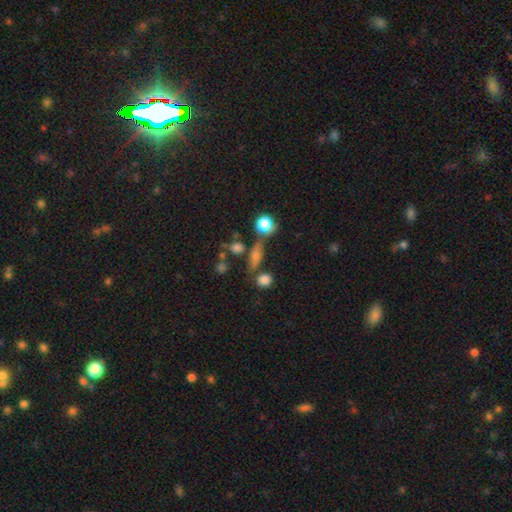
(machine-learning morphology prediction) This is possibly a smooth galaxy (60%). How rounded: possibly in between (45%). Merging: likely none (60%).